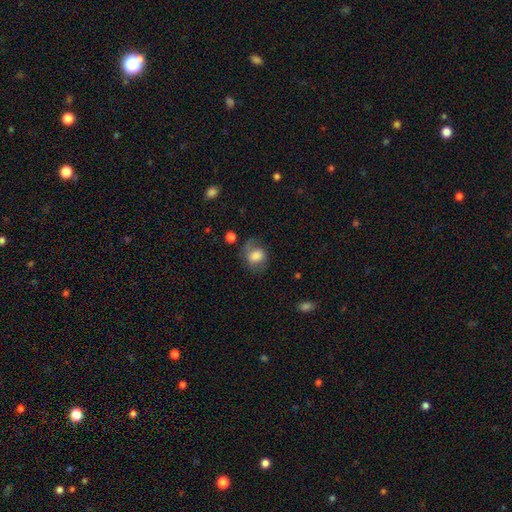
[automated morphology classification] smooth_or_featured: smooth (p=0.70) [alt: featured or disk p=0.21]
how_rounded: round (p=0.50) [alt: in between p=0.49]
merging: none (p=0.54) [alt: minor disturbance p=0.26]